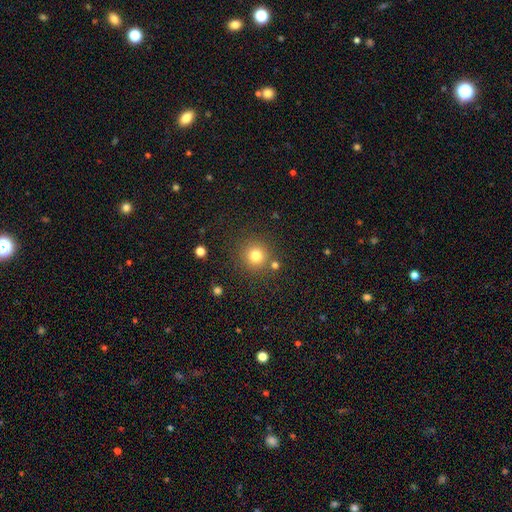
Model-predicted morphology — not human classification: smooth_or_featured: smooth (p=0.79) [alt: star or artifact p=0.15]
how_rounded: round (p=0.94) [alt: in between p=0.05]
merging: none (p=0.83) [alt: minor disturbance p=0.08]